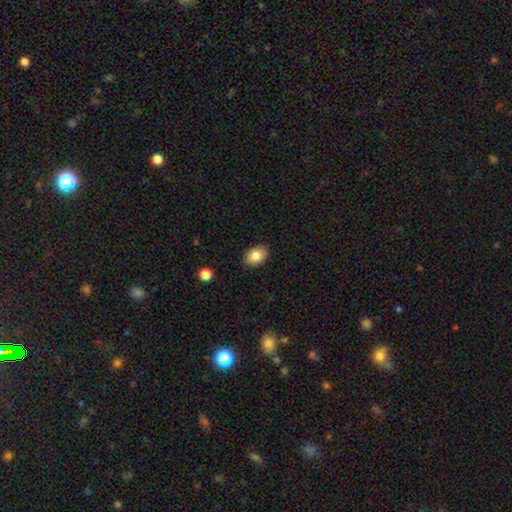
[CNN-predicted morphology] Smooth or featured? Predicted: smooth (p=0.83). How rounded? Predicted: in between (p=0.78). Merging? Predicted: none (p=0.87).